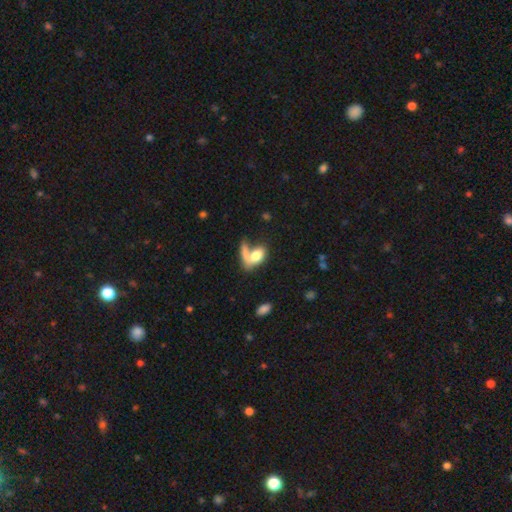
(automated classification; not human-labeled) smooth-or-featured: smooth: 73% | featured or disk: 20% | star or artifact: 7%
  how-rounded: in between: 81% | round: 13% | cigar-shaped: 6%
  merging: merger: 49% | none: 27% | major disturbance: 14% | minor disturbance: 10%